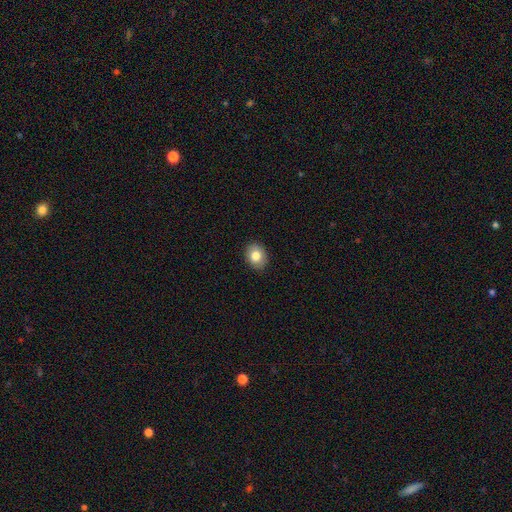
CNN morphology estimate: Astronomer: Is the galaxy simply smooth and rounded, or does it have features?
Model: smooth — 81%.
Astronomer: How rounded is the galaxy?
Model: in between — 54% (runner-up: round, 45%).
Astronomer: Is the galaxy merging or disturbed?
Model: none — 89%.